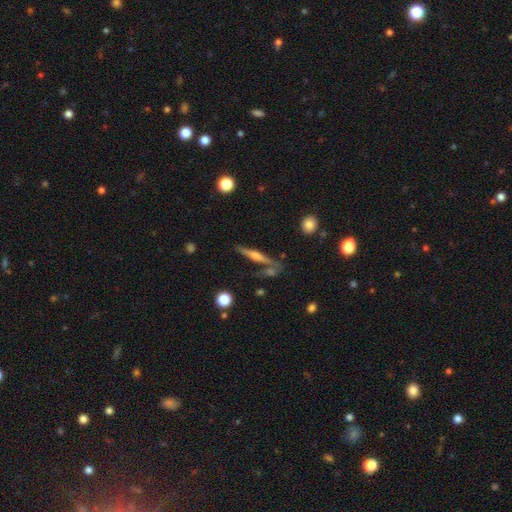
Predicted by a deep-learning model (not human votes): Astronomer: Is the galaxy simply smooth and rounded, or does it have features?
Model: featured or disk — 68%.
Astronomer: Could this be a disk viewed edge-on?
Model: yes — 95%.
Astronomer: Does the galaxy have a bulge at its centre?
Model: rounded — 80%.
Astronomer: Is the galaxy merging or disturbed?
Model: none — 74%.